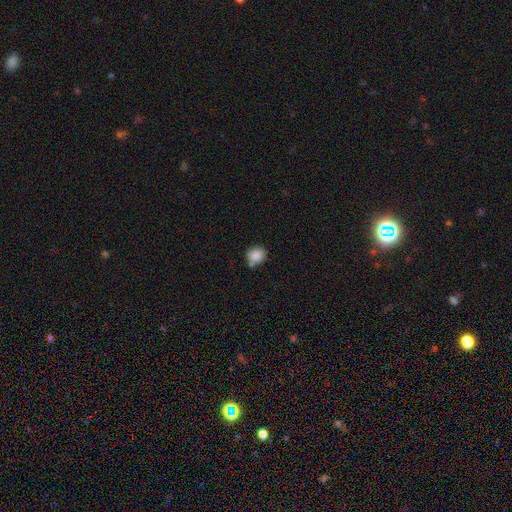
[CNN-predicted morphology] Smooth or featured? Predicted: smooth (p=0.86). How rounded? Predicted: round (p=0.78). Merging? Predicted: none (p=0.64).